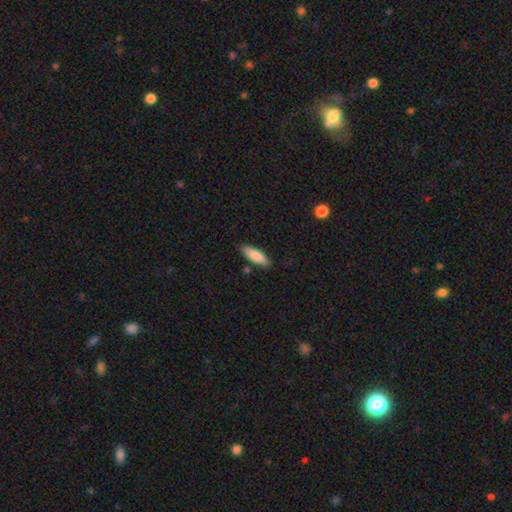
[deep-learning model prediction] smooth 83%, featured or disk 11%, star or artifact 6%. Down the decision tree: how rounded — in between (55%); merging — none (83%).